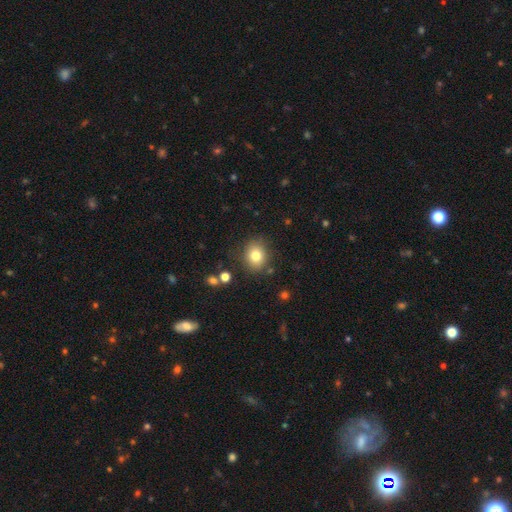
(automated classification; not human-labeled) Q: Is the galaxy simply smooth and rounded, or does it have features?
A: smooth — 80%.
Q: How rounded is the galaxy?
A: round — 66%.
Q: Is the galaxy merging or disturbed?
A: none — 83%.